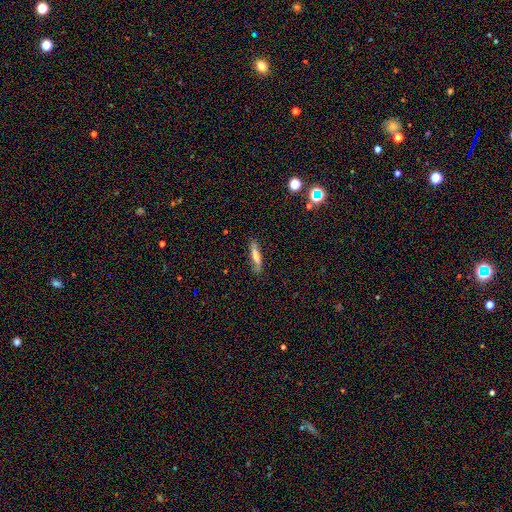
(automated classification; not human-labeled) smooth-or-featured: smooth: 52% | featured or disk: 38% | star or artifact: 10%
  how-rounded: cigar-shaped: 81% | in between: 16% | round: 2%
  merging: none: 78% | minor disturbance: 17% | major disturbance: 4% | merger: 2%